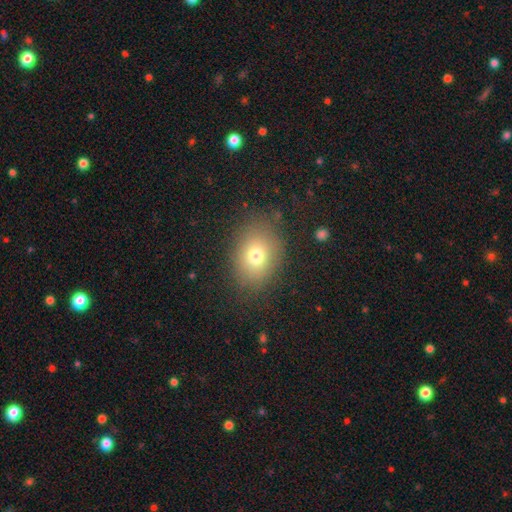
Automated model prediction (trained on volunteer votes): This is likely a smooth galaxy (73%). How rounded: possibly in between (59%). Merging: likely none (79%).